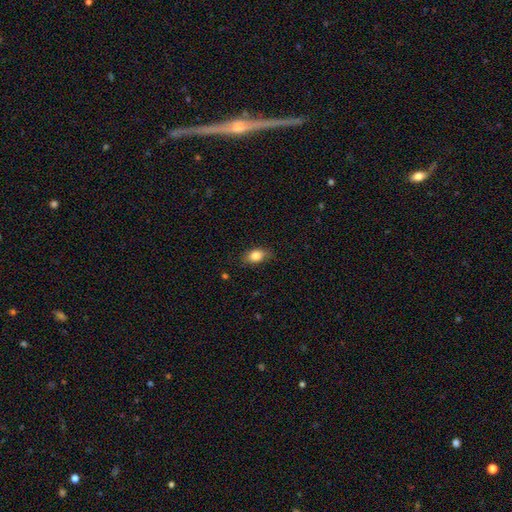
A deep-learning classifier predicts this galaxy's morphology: This appears to be a smooth galaxy with no disk features (83%) that is in between round and cigar-shaped (82%). Merging: none (76%).